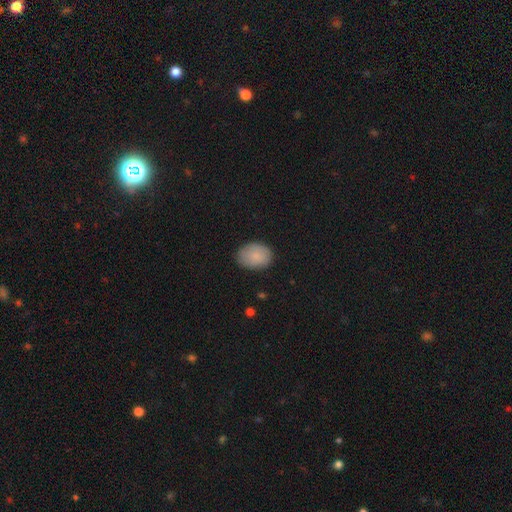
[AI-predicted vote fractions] Smooth or featured? Predicted: smooth (p=0.86). How rounded? Predicted: in between (p=0.74). Merging? Predicted: none (p=0.83).